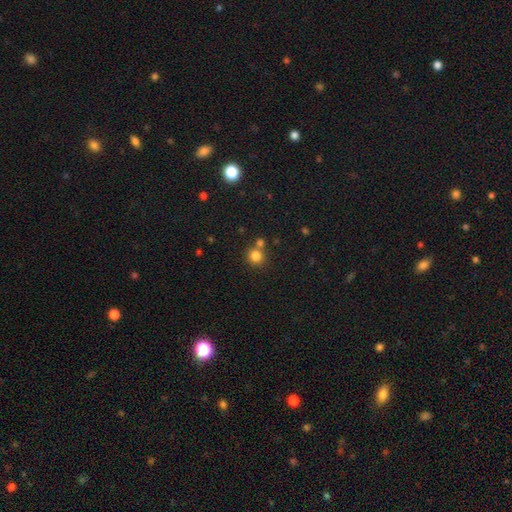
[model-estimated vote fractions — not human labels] Smooth or featured? Predicted: smooth (p=0.82). How rounded? Predicted: round (p=0.88). Merging? Predicted: none (p=0.67).